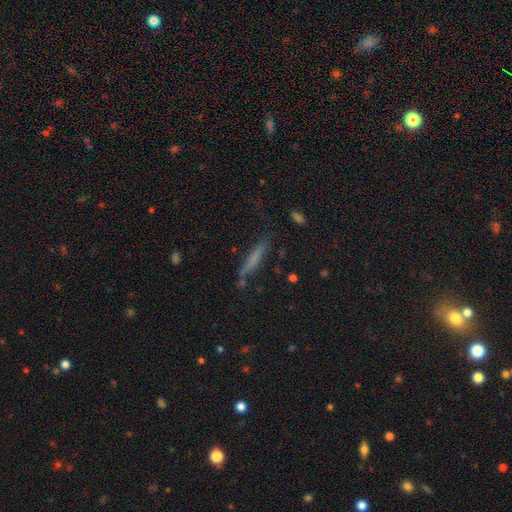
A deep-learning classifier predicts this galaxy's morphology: A smooth galaxy with no disk features (54%) that is cigar-shaped (91%).

Vote fractions:
- Smooth or featured? smooth: 54% / featured or disk: 35% / star or artifact: 11%
- How rounded? cigar-shaped: 91% / in between: 6% / round: 2%
- Merging? none: 73% / minor disturbance: 17% / major disturbance: 5% / merger: 4%